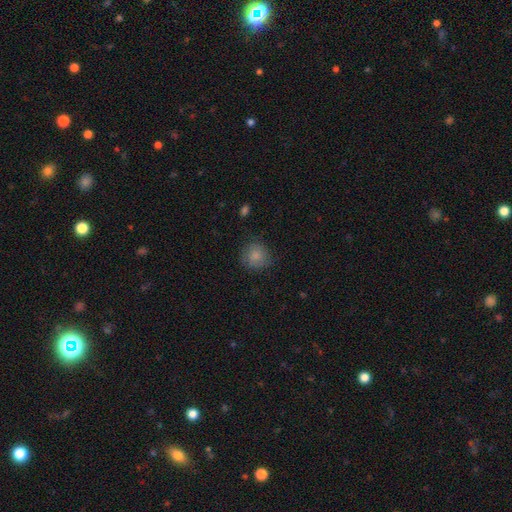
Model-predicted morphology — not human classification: This is clearly a smooth galaxy (83%). How rounded: clearly round (88%). Merging: likely none (75%).